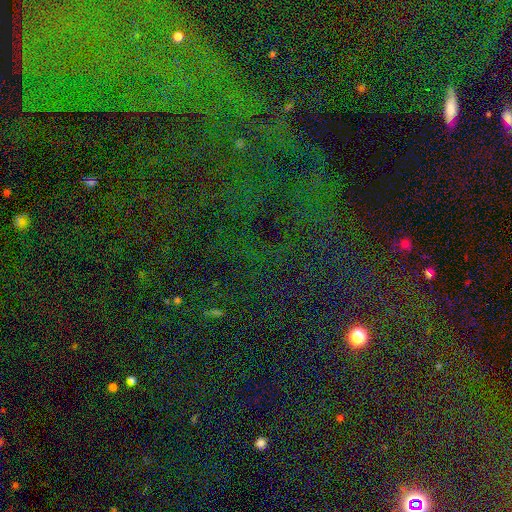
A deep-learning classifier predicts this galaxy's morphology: This appears to be a star or artifact, not a galaxy (79%).